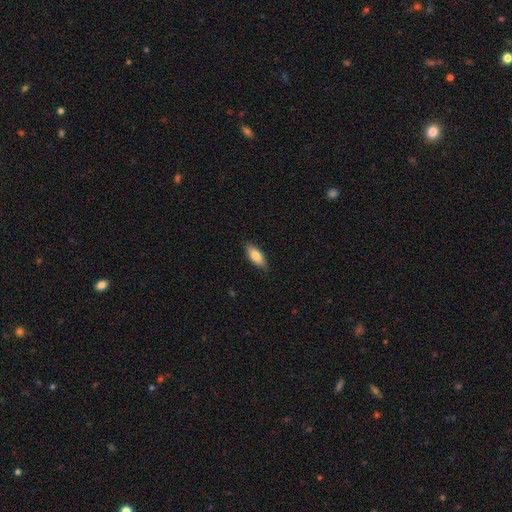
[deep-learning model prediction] This appears to be a smooth galaxy with no disk features (80%) that is in between round and cigar-shaped (76%). Merging: none (85%).